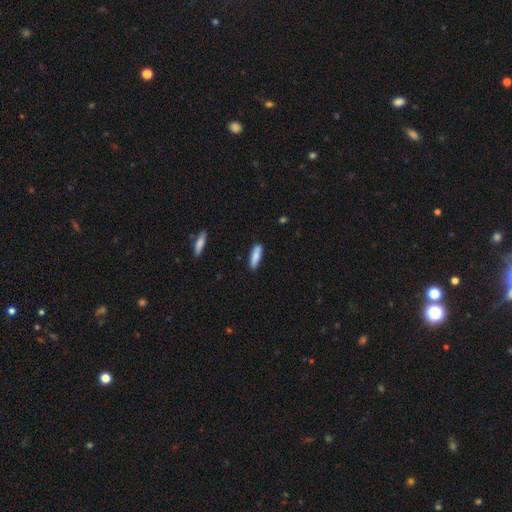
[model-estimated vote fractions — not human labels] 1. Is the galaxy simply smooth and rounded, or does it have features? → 85% smooth, 9% featured or disk, 6% star or artifact.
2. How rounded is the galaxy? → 59% cigar-shaped, 39% in between, 2% round.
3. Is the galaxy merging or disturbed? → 87% none, 10% minor disturbance, 2% major disturbance, 2% merger.